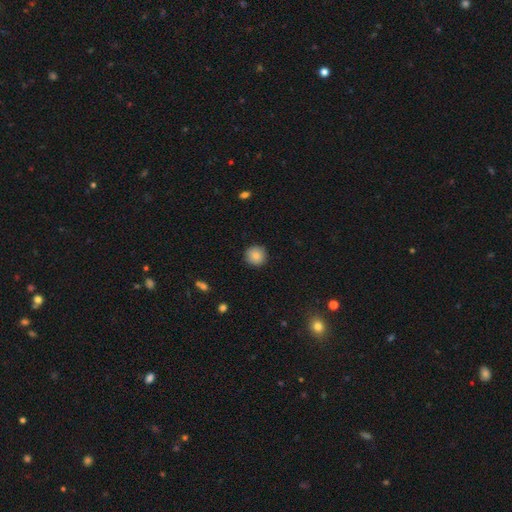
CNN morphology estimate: Smooth or featured?
  - smooth: 86% *
  - star or artifact: 9%
  - featured or disk: 5%
How rounded?
  - round: 94% *
  - in between: 5%
  - cigar-shaped: 1%
Merging?
  - none: 90% *
  - minor disturbance: 7%
  - major disturbance: 2%
  - merger: 1%